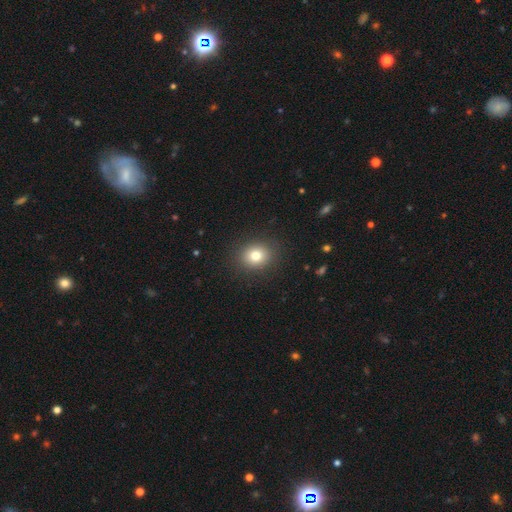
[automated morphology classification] type=smooth (80%); roundness=round (63%); merging=none (88%).